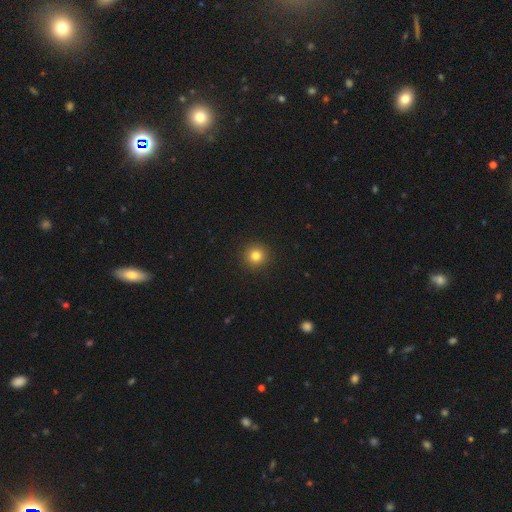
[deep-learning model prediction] This appears to be a smooth galaxy with no disk features (81%) that is round (95%). Merging: none (93%).